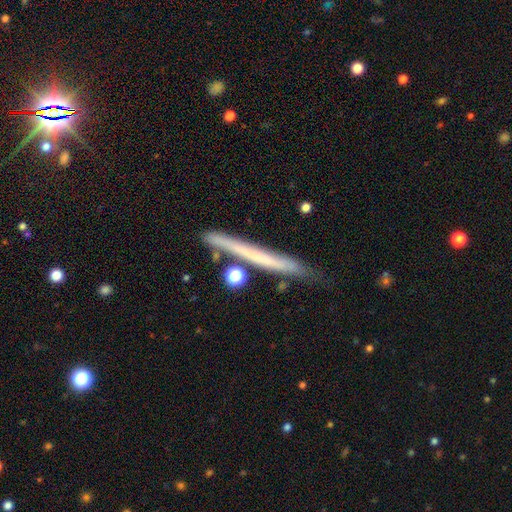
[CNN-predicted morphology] Q: Smooth or featured?
A: featured or disk (47%); runner-up: smooth (45%)
Q: Merging?
A: none (72%); runner-up: minor disturbance (17%)